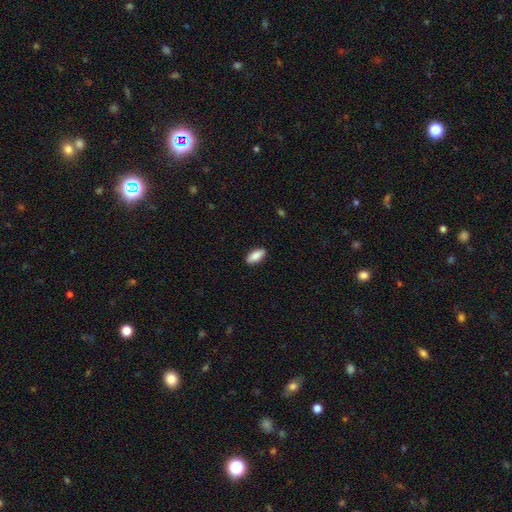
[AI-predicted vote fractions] A smooth galaxy with no disk features (85%) that is in between round and cigar-shaped (83%).

Vote fractions:
- Smooth or featured? smooth: 85% / featured or disk: 9% / star or artifact: 6%
- How rounded? in between: 83% / cigar-shaped: 14% / round: 2%
- Merging? none: 89% / minor disturbance: 8% / major disturbance: 2% / merger: 1%